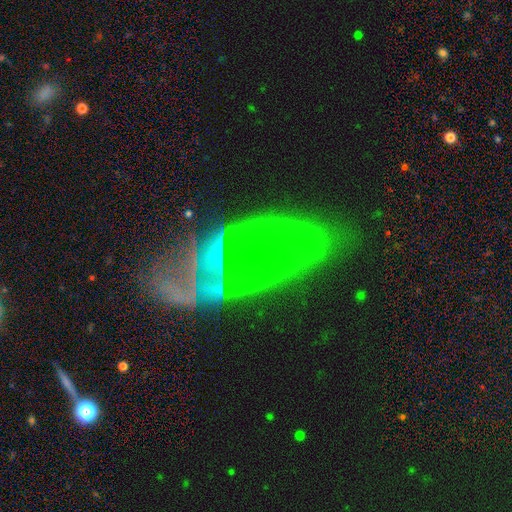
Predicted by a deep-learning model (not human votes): This is clearly a featured or disk galaxy (80%). It is clearly not viewed edge-on (96%). Bar: likely no (68%). Spiral arm pattern: clearly yes (92%). Spiral arm count: marginally 2 (29%). Spiral winding: possibly tight (50%). Central bulge: clearly small (81%). Merging: possibly none (51%).